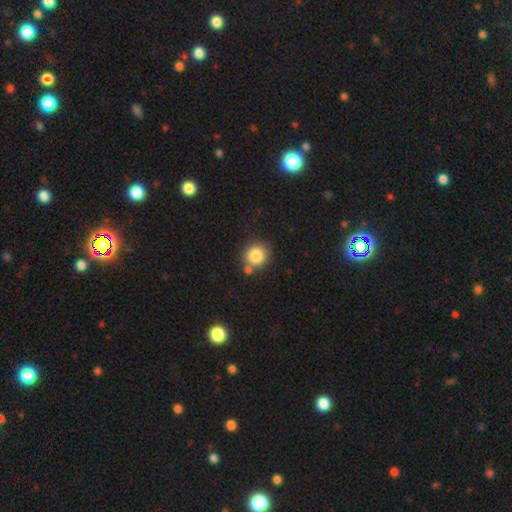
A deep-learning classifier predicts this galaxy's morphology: A smooth galaxy with no disk features (85%) that is round (89%). Merging: none (75%).